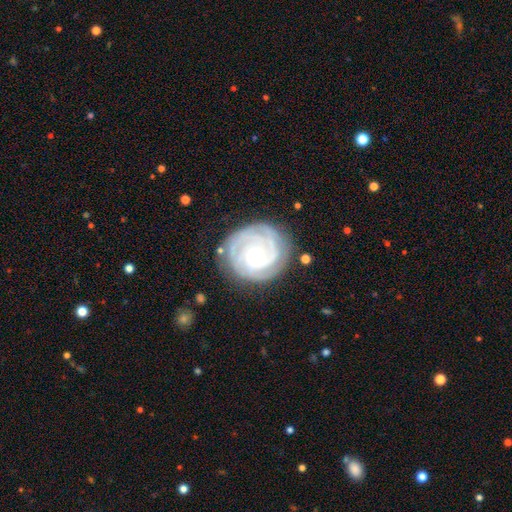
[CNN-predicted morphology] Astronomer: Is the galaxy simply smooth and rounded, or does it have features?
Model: featured or disk — 88%.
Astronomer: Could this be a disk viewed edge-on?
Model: no — 98%.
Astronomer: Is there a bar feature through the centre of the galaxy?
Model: no — 74%.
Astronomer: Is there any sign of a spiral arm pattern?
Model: yes — 98%.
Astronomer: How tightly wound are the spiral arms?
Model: tight — 80%.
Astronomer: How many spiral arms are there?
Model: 3 — 38% (runner-up: 4, 20%).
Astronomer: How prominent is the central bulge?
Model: small — 66%.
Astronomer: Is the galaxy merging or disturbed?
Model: none — 80%.